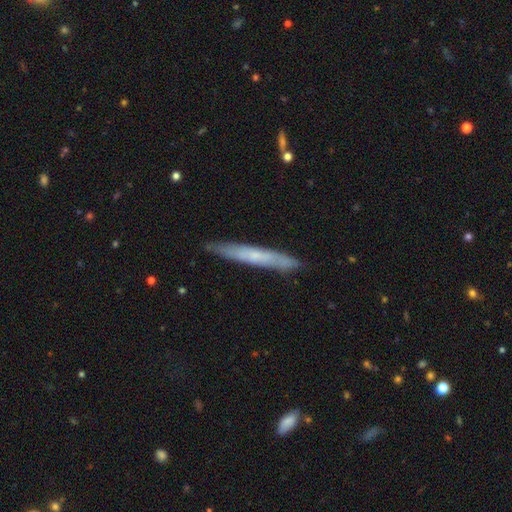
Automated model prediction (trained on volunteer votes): Smooth or featured? smooth (47%, tied with featured or disk)
Merging? none (87%)